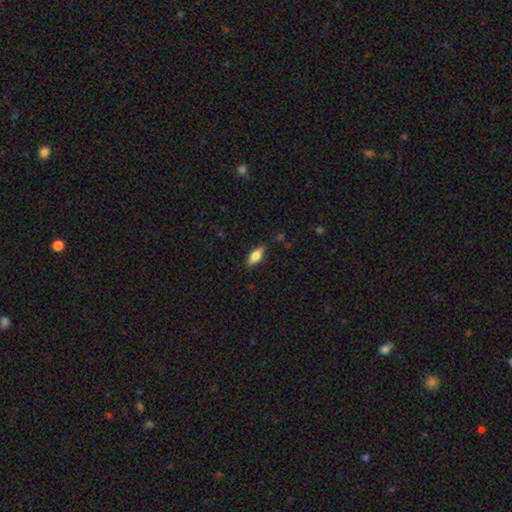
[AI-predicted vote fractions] A smooth galaxy with no disk features (58%) that is in between round and cigar-shaped (74%).

Vote fractions:
- Smooth or featured? smooth: 58% / featured or disk: 34% / star or artifact: 8%
- How rounded? in between: 74% / cigar-shaped: 22% / round: 4%
- Merging? none: 85% / minor disturbance: 11% / major disturbance: 2% / merger: 1%